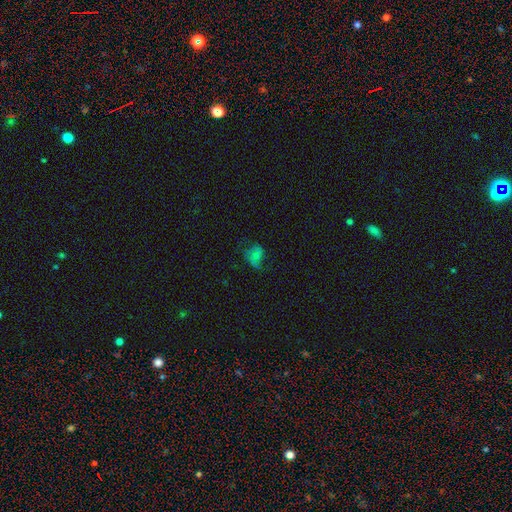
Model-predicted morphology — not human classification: Smooth or featured? Predicted: smooth (p=0.47). Merging? Predicted: none (p=0.40).